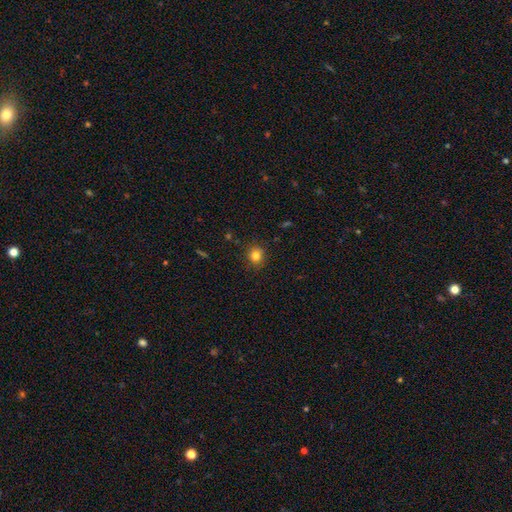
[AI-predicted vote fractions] A smooth galaxy with no disk features (81%) that is round (81%). Merging: none (88%).